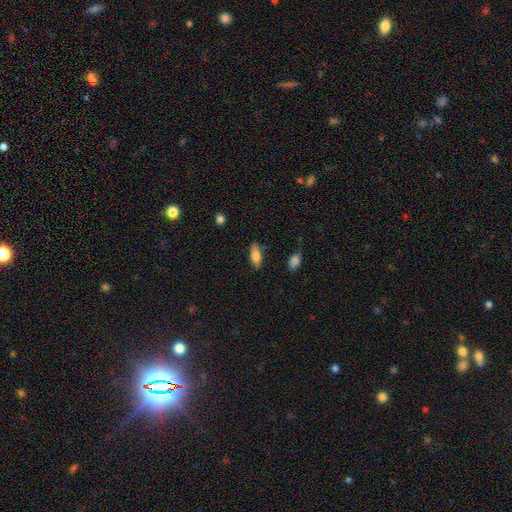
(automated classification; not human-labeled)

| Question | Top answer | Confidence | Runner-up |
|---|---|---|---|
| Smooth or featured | smooth | 76% | featured or disk (17%) |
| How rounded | in between | 74% | cigar-shaped (24%) |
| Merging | none | 82% | minor disturbance (13%) |